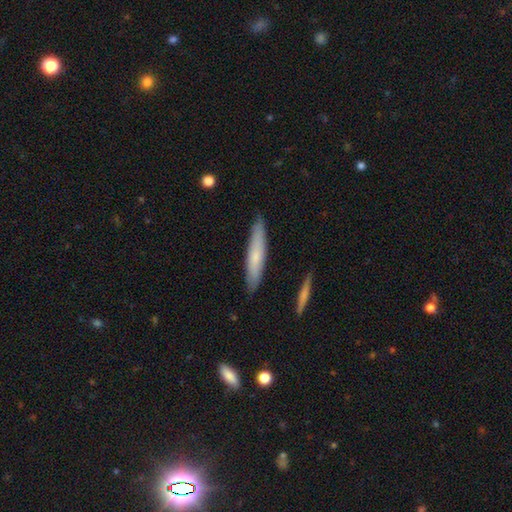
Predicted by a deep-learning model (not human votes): This is likely a smooth galaxy (65%). How rounded: clearly cigar-shaped (89%). Merging: clearly none (88%).